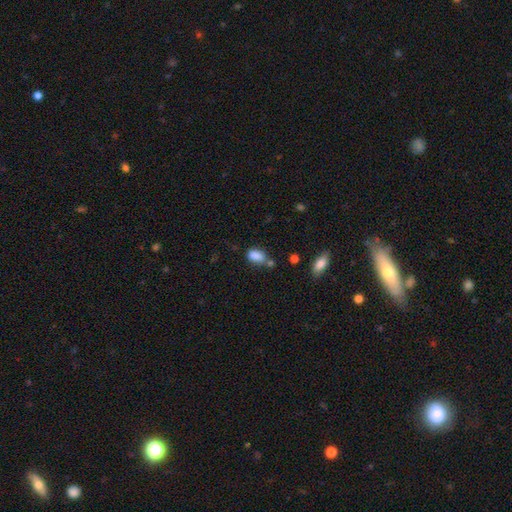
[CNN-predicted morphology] Smooth or featured? smooth (84%)
How rounded? in between (86%)
Merging? none (53%)